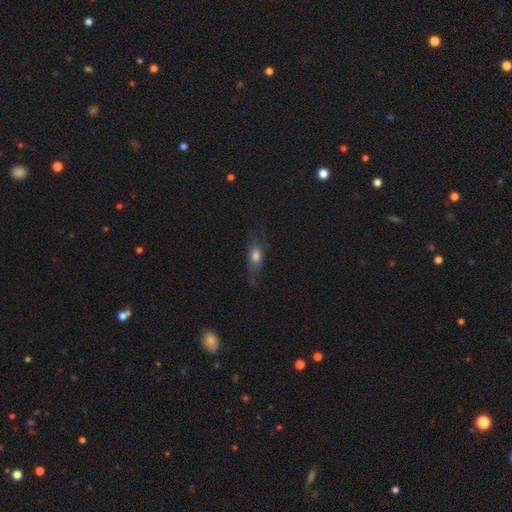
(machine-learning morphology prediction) Overall: smooth (69%). How rounded: in between (67%). Merging: none (58%; minor disturbance 26%).